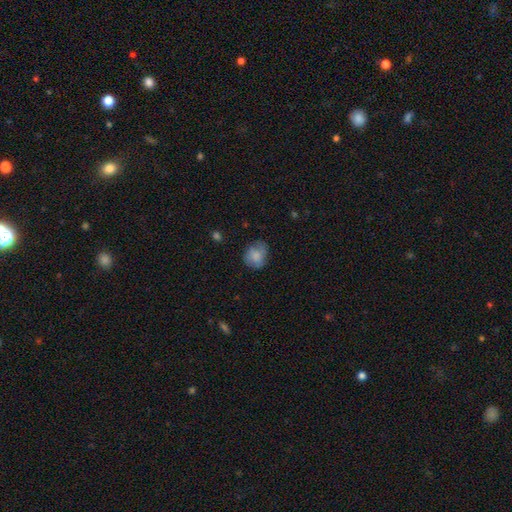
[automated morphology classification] Smooth or featured? Predicted: smooth (p=0.77). How rounded? Predicted: round (p=0.59). Merging? Predicted: none (p=0.64).